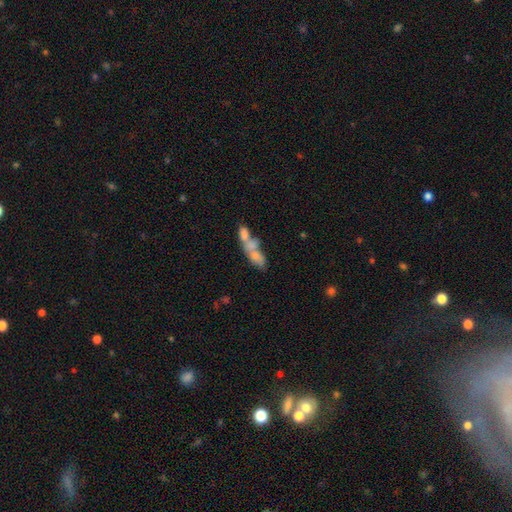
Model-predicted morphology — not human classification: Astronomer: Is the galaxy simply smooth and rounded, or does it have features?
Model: smooth — 63%.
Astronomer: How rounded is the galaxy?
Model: in between — 72%.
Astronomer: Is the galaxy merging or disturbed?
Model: merger — 66%.